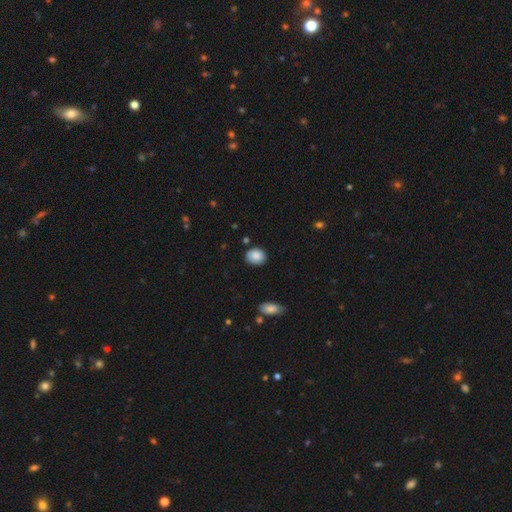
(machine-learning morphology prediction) Overall: smooth (88%). How rounded: round (58%; in between 41%). Merging: none (84%).